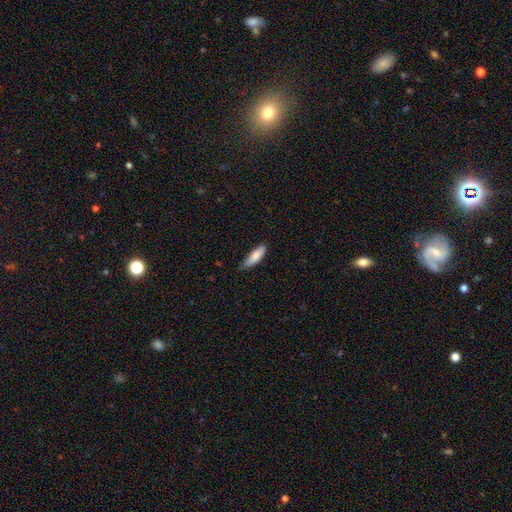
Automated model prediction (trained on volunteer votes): smooth 83%, featured or disk 11%, star or artifact 6%. Down the decision tree: how rounded — cigar-shaped (49%, tied with in between); merging — none (67%).